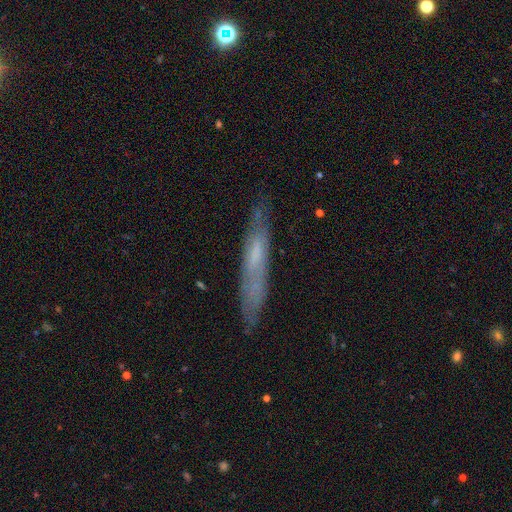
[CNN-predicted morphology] This is possibly a featured or disk galaxy (48%). Merging: likely none (78%).